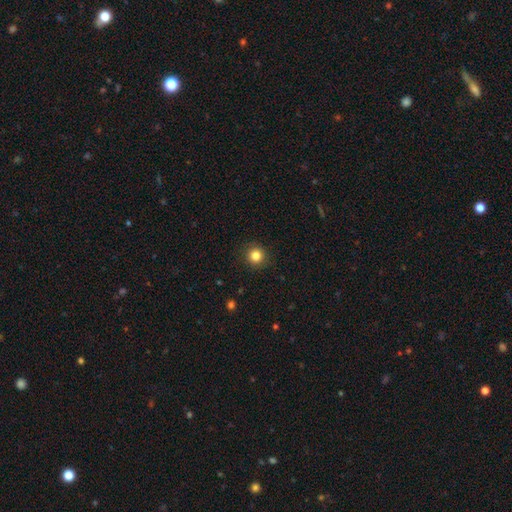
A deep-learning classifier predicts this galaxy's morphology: This is clearly a smooth galaxy (84%). How rounded: clearly round (94%). Merging: clearly none (91%).